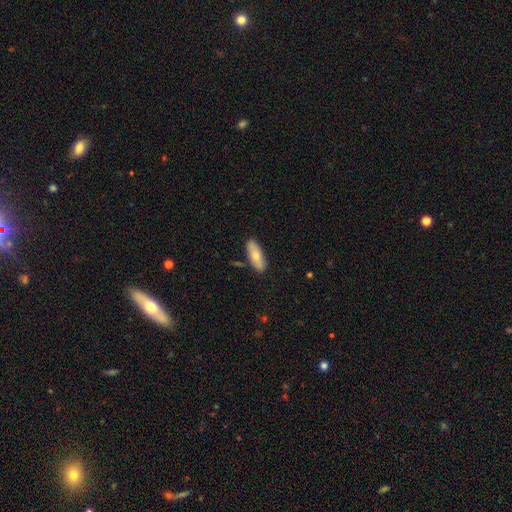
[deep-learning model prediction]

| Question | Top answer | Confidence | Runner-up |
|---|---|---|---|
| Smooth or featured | smooth | 67% | featured or disk (27%) |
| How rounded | in between | 69% | cigar-shaped (28%) |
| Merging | none | 85% | minor disturbance (11%) |